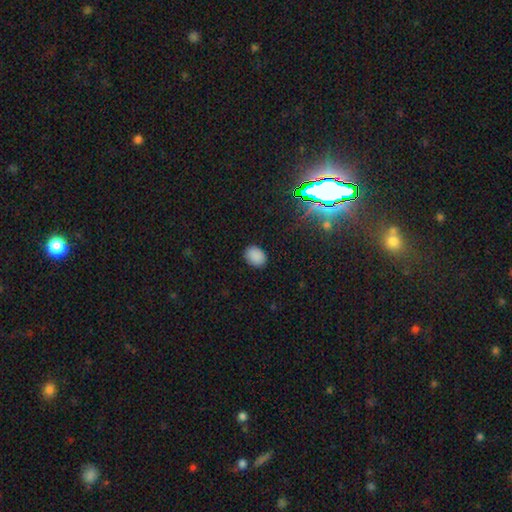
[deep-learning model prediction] This appears to be a smooth galaxy with no disk features (86%) that is in between round and cigar-shaped (67%). Merging: none (88%).